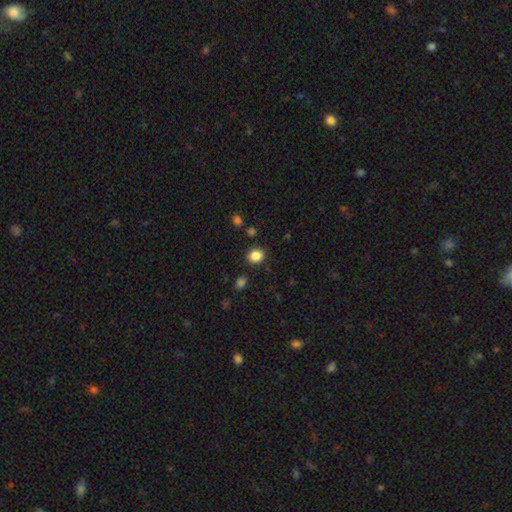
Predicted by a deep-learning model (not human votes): The model was most divided on "how rounded": round: 63%, in between: 36%, cigar-shaped: 1%. More confident: merging — none (86%); smooth or featured — smooth (86%).